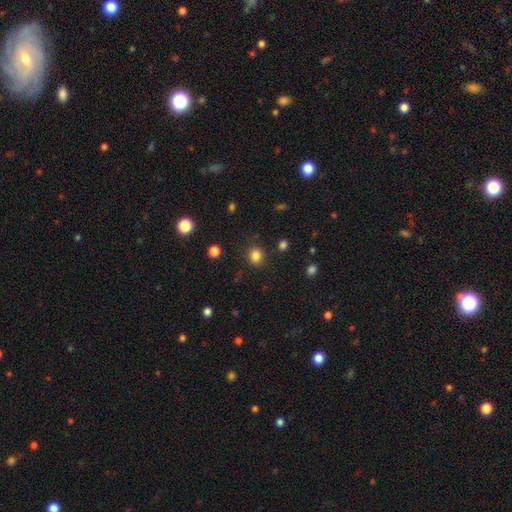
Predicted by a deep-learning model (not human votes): A smooth galaxy with no disk features (83%) that is round (78%). Merging: none (86%).